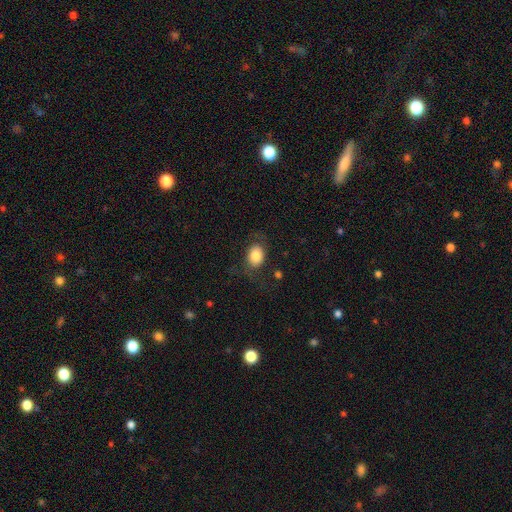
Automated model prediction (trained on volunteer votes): smooth 77%, featured or disk 14%, star or artifact 8%. Down the decision tree: how rounded — in between (66%); merging — none (67%).